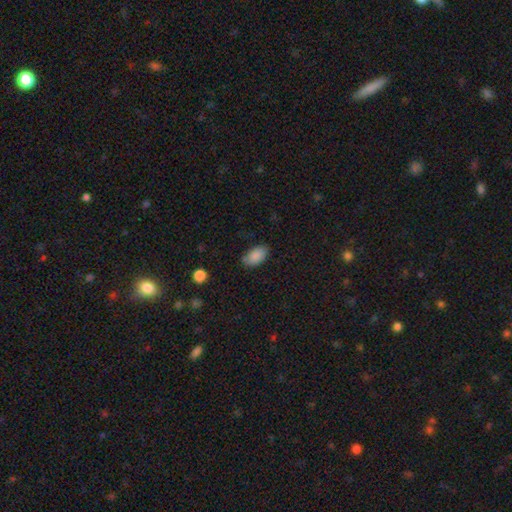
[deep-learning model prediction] smooth 87%, star or artifact 7%, featured or disk 5%. Down the decision tree: how rounded — in between (94%); merging — none (76%).